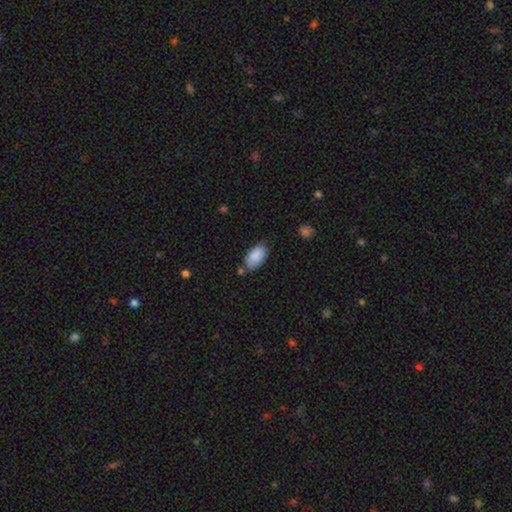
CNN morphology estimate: The model was most divided on "merging": none: 71%, minor disturbance: 19%, merger: 6%, major disturbance: 4%. More confident: how rounded — in between (95%); smooth or featured — smooth (88%).